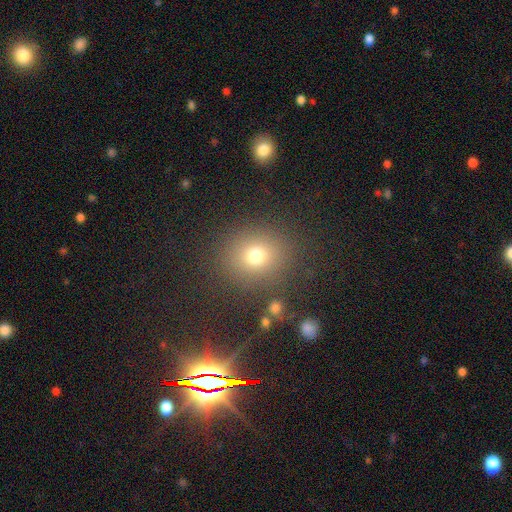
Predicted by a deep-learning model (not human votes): smooth 73%, star or artifact 18%, featured or disk 9%. Down the decision tree: how rounded — round (77%); merging — none (84%).